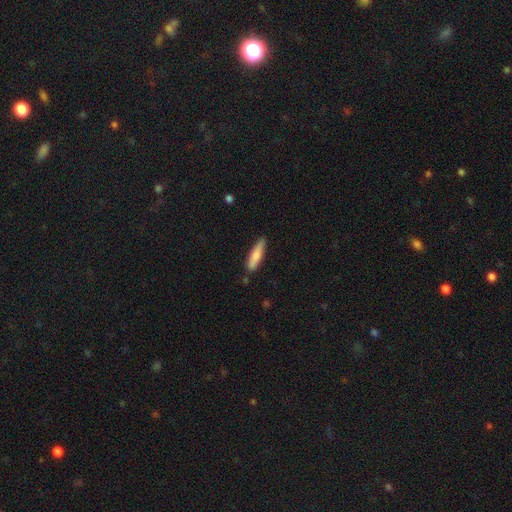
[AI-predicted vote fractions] smooth_or_featured: smooth (p=0.77) [alt: featured or disk p=0.18]
how_rounded: cigar-shaped (p=0.77) [alt: in between p=0.21]
merging: none (p=0.82) [alt: minor disturbance p=0.14]